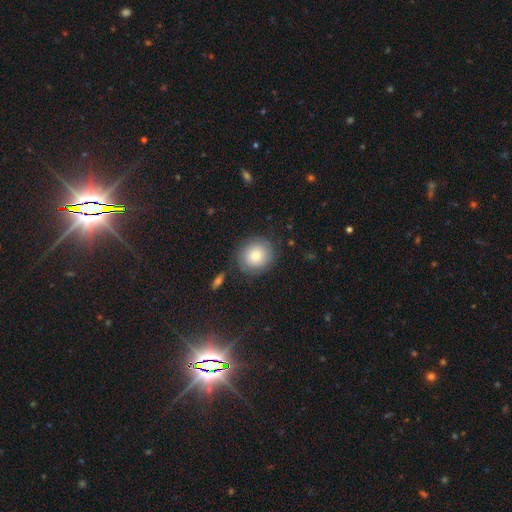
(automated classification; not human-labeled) Smooth or featured?
  - smooth: 76% *
  - featured or disk: 16%
  - star or artifact: 9%
How rounded?
  - round: 84% *
  - in between: 15%
  - cigar-shaped: 1%
Merging?
  - none: 82% *
  - minor disturbance: 12%
  - major disturbance: 4%
  - merger: 2%